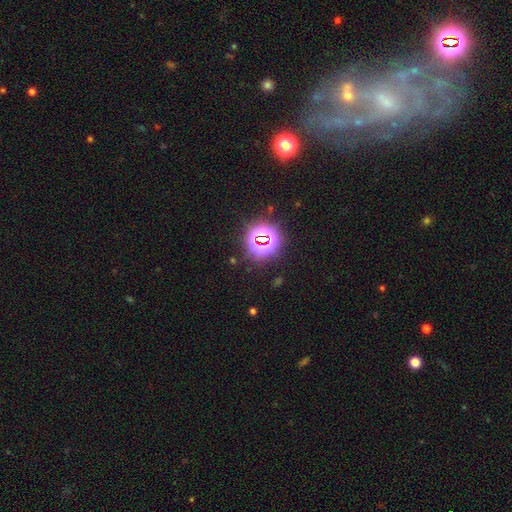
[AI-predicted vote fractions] Q: Smooth or featured?
A: star or artifact (56%); runner-up: featured or disk (25%)